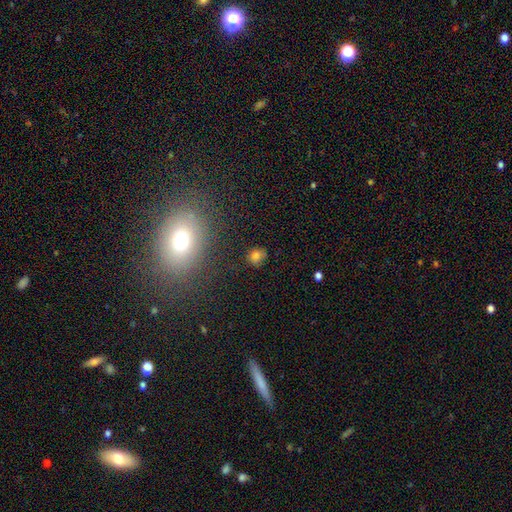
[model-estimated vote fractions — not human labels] smooth 77%, star or artifact 16%, featured or disk 7%. Down the decision tree: how rounded — round (71%); merging — none (75%).